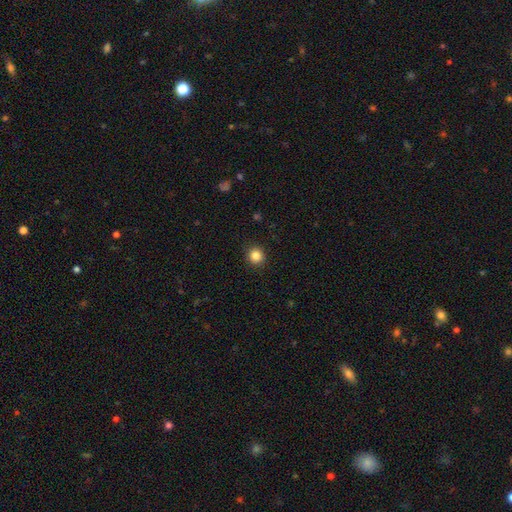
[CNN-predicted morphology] smooth-or-featured: smooth: 85% | star or artifact: 11% | featured or disk: 4%
  how-rounded: round: 89% | in between: 11% | cigar-shaped: 1%
  merging: none: 91% | minor disturbance: 6% | major disturbance: 2% | merger: 1%